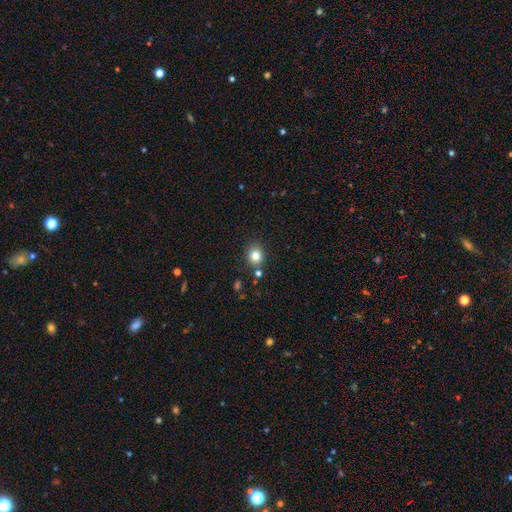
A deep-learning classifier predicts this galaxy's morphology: A smooth galaxy with no disk features (81%) that is round (78%).

Vote fractions:
- Smooth or featured? smooth: 81% / star or artifact: 12% / featured or disk: 6%
- How rounded? round: 78% / in between: 21% / cigar-shaped: 1%
- Merging? none: 82% / minor disturbance: 9% / merger: 6% / major disturbance: 3%